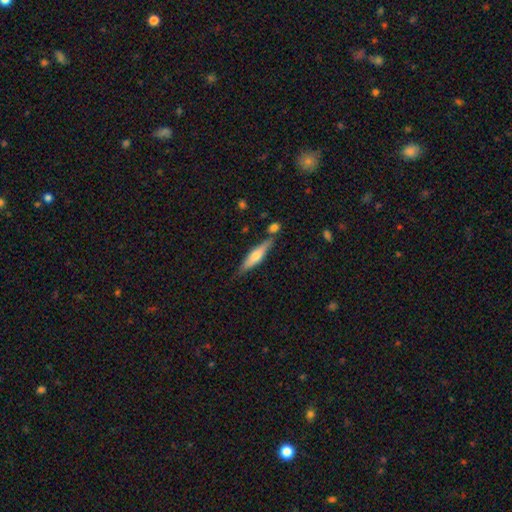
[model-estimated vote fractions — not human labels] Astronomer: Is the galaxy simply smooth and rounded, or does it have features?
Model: featured or disk — 48% (runner-up: smooth, 46%).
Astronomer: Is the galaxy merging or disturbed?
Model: none — 71%.